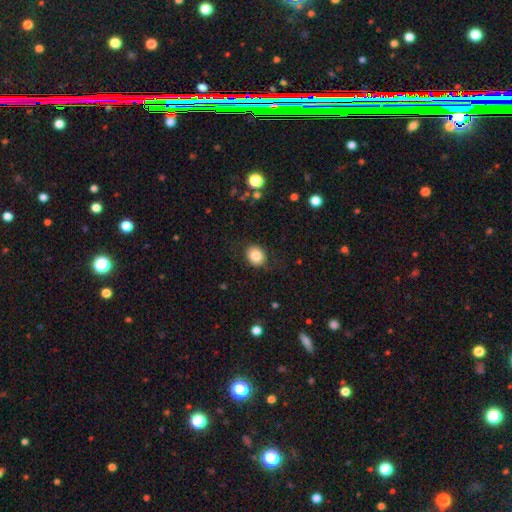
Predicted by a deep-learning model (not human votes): Smooth or featured?
  - smooth: 83% *
  - star or artifact: 9%
  - featured or disk: 8%
How rounded?
  - round: 66% *
  - in between: 33%
  - cigar-shaped: 1%
Merging?
  - none: 85% *
  - minor disturbance: 10%
  - major disturbance: 3%
  - merger: 1%